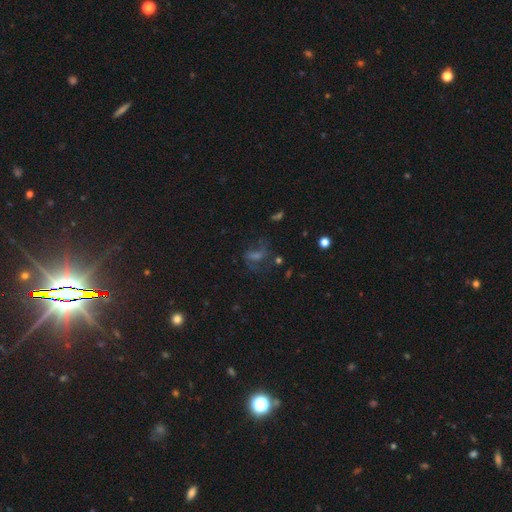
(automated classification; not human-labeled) Smooth or featured?
  - featured or disk: 42% *
  - star or artifact: 35%
  - smooth: 23%
Merging?
  - none: 53% *
  - major disturbance: 25%
  - minor disturbance: 17%
  - merger: 5%